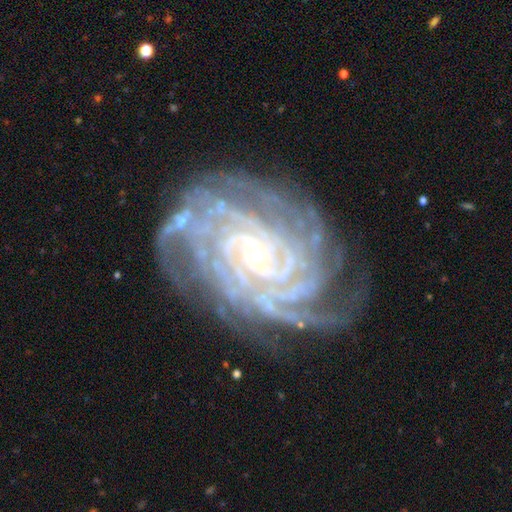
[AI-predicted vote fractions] The model was most divided on "spiral arm count": more than 4: 31%, 4: 25%, can't tell: 15%, 3: 12%, 2: 9%, 1: 8%. More confident: spiral arms — yes (99%); edge-on disk — no (98%); smooth or featured — featured or disk (92%); spiral winding — tight (82%); bulge size — small (81%); merging — none (77%); bar — no (62%).